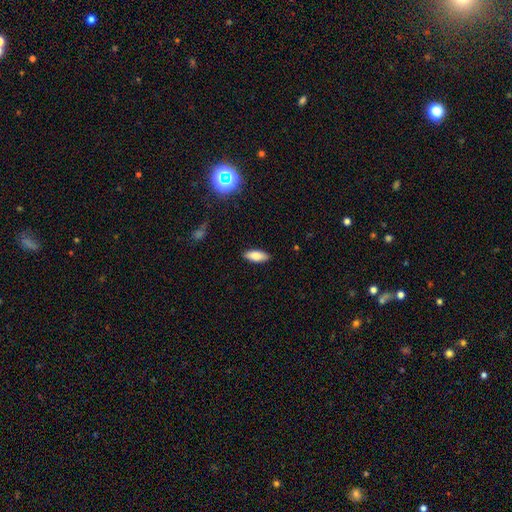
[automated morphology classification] The model was most divided on "how rounded": in between: 81%, cigar-shaped: 17%, round: 2%. More confident: merging — none (89%); smooth or featured — smooth (79%).